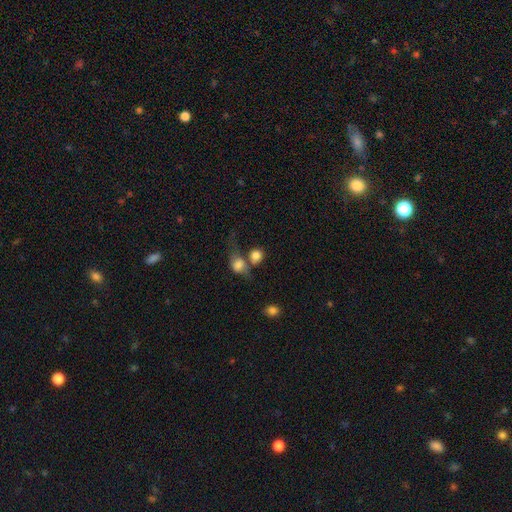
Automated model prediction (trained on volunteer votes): smooth 80%, featured or disk 10%, star or artifact 10%. Down the decision tree: how rounded — round (77%); merging — merger (46%).